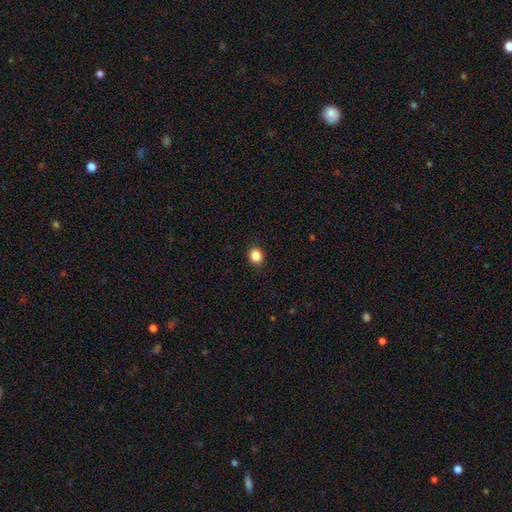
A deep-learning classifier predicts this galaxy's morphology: Q: Smooth or featured?
A: smooth (87%); runner-up: star or artifact (10%)
Q: How rounded?
A: round (62%); runner-up: in between (37%)
Q: Merging?
A: none (90%); runner-up: minor disturbance (7%)